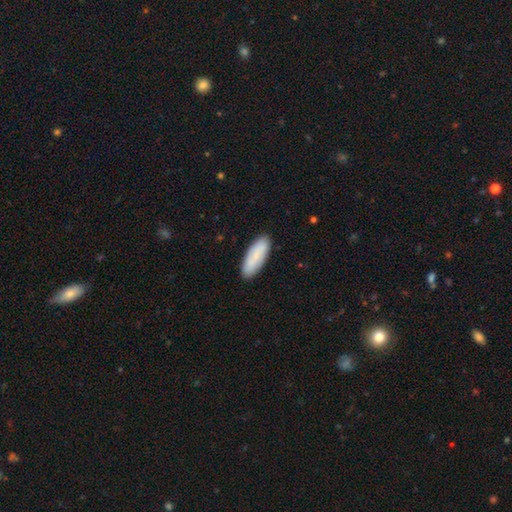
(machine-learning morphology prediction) Smooth or featured? smooth (82%)
How rounded? in between (65%)
Merging? none (89%)